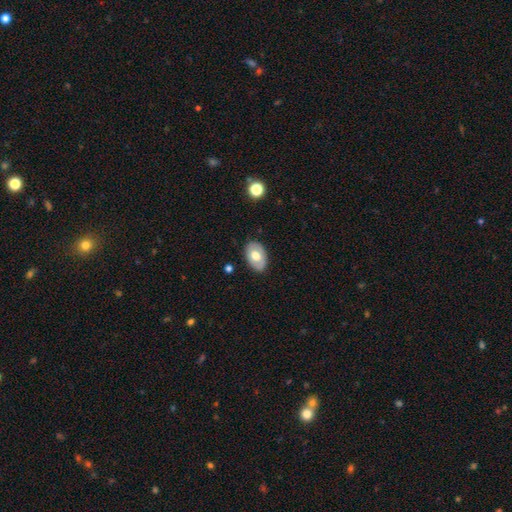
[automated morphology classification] A smooth galaxy with no disk features (65%) that is in between round and cigar-shaped (88%).

Vote fractions:
- Smooth or featured? smooth: 65% / featured or disk: 29% / star or artifact: 6%
- How rounded? in between: 88% / round: 11% / cigar-shaped: 1%
- Merging? none: 84% / minor disturbance: 12% / major disturbance: 2% / merger: 1%